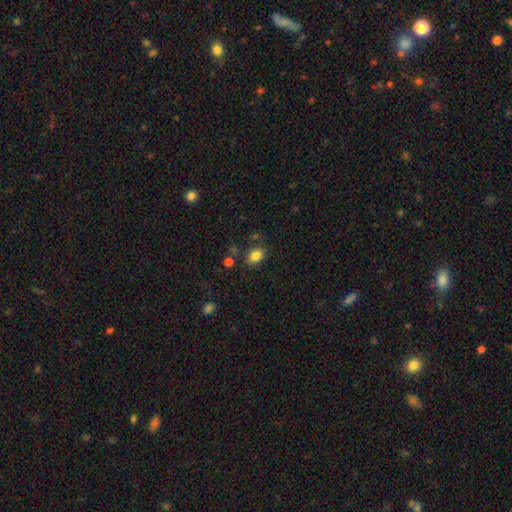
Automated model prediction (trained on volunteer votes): This appears to be a smooth galaxy with no disk features (83%) that is in between round and cigar-shaped (72%). Merging: none (77%).